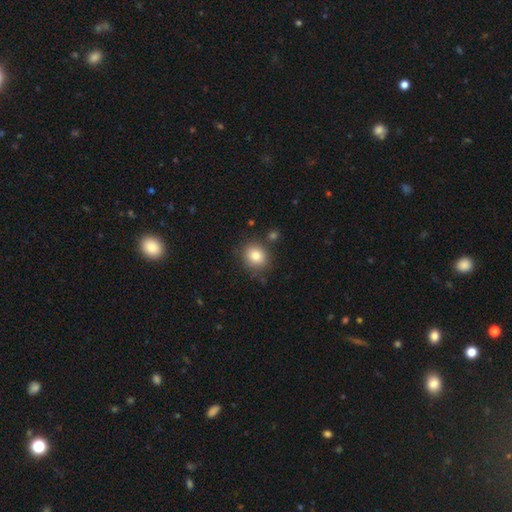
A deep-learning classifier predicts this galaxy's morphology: smooth 83%, star or artifact 10%, featured or disk 8%. Down the decision tree: how rounded — round (70%); merging — none (79%).